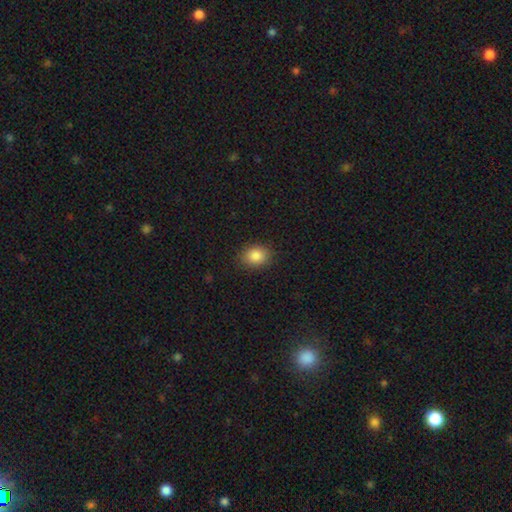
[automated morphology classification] Smooth or featured?
  - smooth: 86% *
  - star or artifact: 9%
  - featured or disk: 5%
How rounded?
  - in between: 50% *
  - round: 49%
  - cigar-shaped: 1%
Merging?
  - none: 88% *
  - minor disturbance: 9%
  - major disturbance: 2%
  - merger: 1%